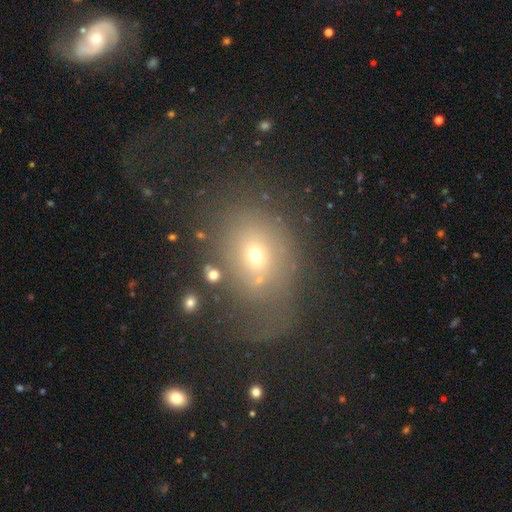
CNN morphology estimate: Smooth or featured? Predicted: smooth (p=0.55). How rounded? Predicted: in between (p=0.50). Merging? Predicted: none (p=0.42).